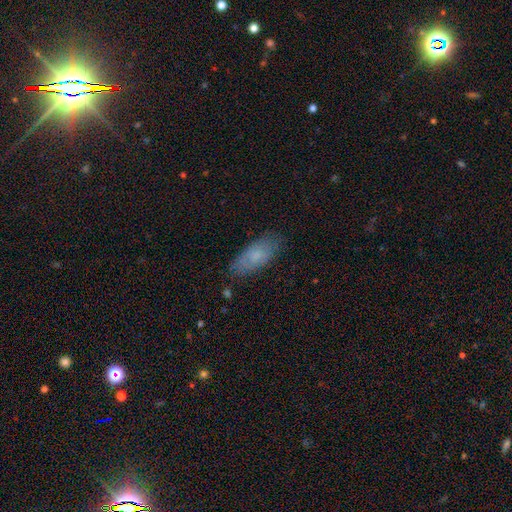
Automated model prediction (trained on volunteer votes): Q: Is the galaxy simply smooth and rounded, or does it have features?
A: smooth — 71%.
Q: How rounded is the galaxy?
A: in between — 80%.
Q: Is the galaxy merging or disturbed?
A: none — 77%.